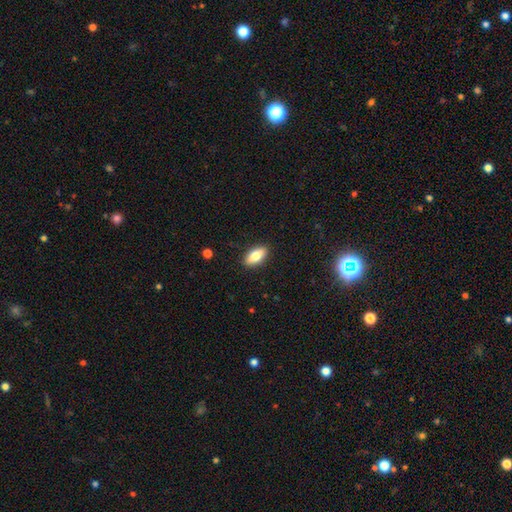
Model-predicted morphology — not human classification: Smooth or featured? Predicted: smooth (p=0.74). How rounded? Predicted: in between (p=0.84). Merging? Predicted: none (p=0.89).